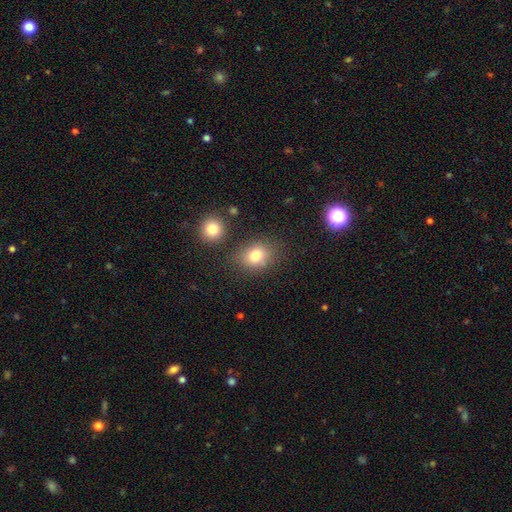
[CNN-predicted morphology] Smooth or featured: smooth — 79% (star or artifact — 12%)
How rounded: in between — 51% (round — 48%)
Merging: none — 75% (minor disturbance — 13%)